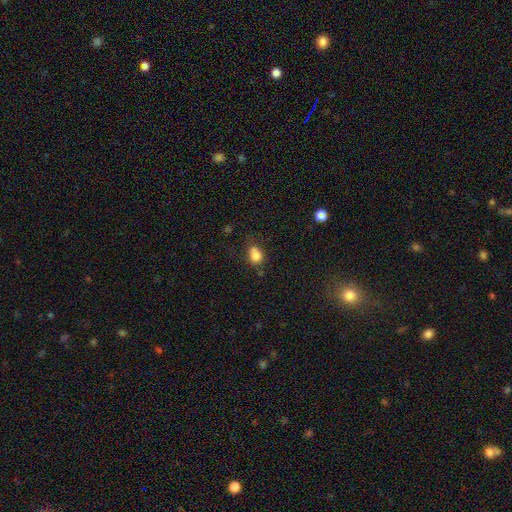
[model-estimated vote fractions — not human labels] Smooth or featured: smooth — 80% (star or artifact — 12%)
How rounded: round — 52% (in between — 47%)
Merging: none — 51% (minor disturbance — 26%)